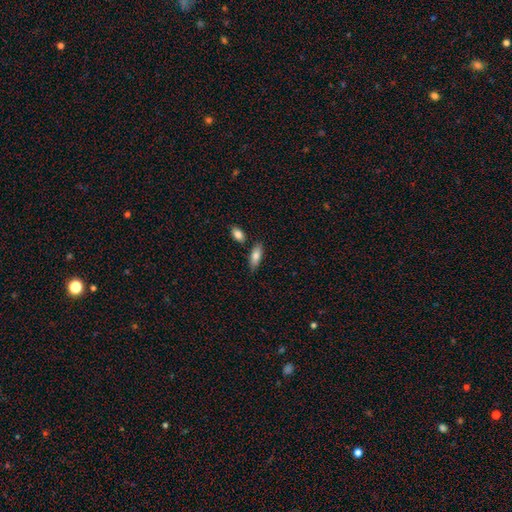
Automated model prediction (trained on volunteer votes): Overall: smooth (82%). How rounded: in between (79%). Merging: none (76%).